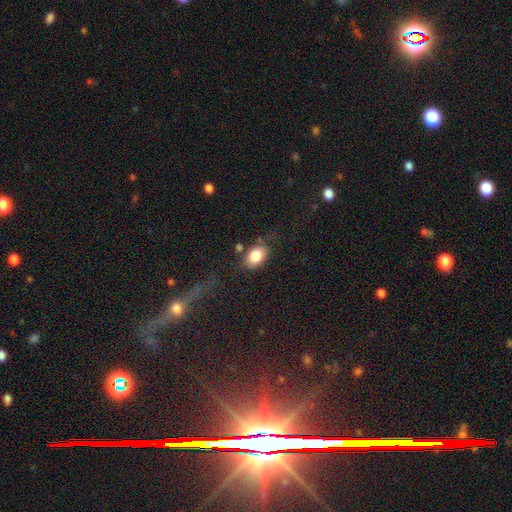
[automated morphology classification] Smooth or featured: smooth — 82% (featured or disk — 10%)
How rounded: in between — 81% (round — 18%)
Merging: none — 69% (minor disturbance — 18%)